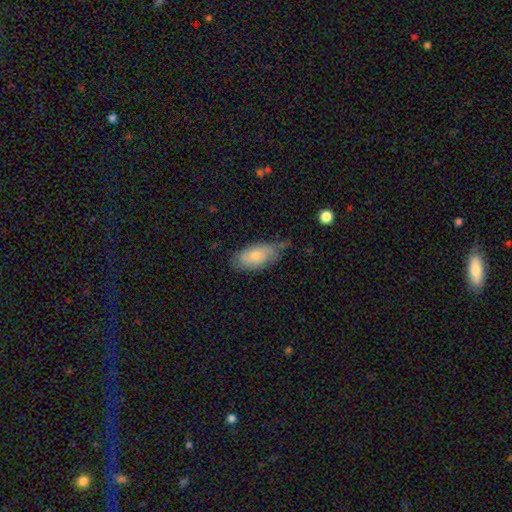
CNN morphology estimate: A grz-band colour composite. It shows a smooth galaxy with no disk features (74%) that is in between round and cigar-shaped (91%). Merging: none (53%).